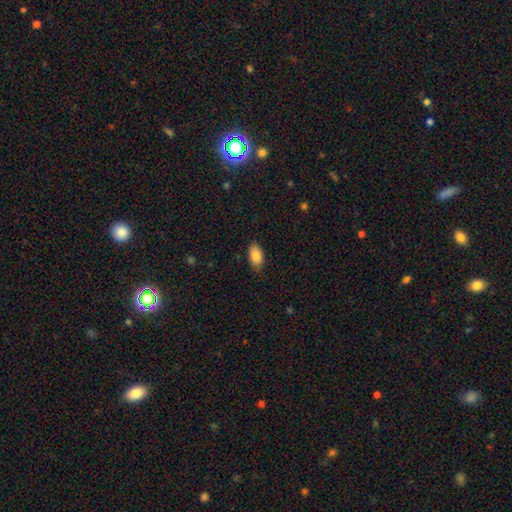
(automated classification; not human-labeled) This is clearly a smooth galaxy (86%). How rounded: clearly in between (93%). Merging: clearly none (82%).